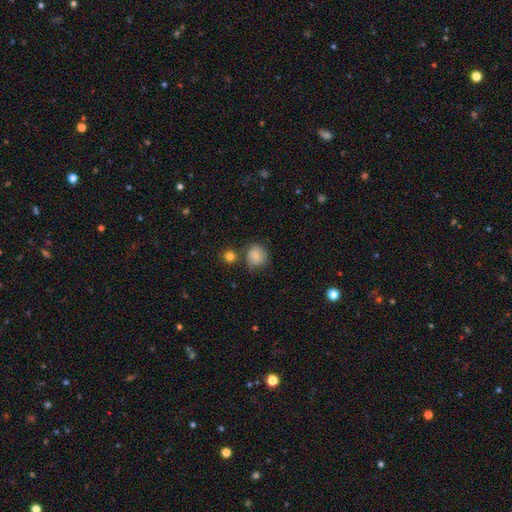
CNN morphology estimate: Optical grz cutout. It shows a smooth galaxy with no disk features (80%) that is round (82%). Merging: none (67%).